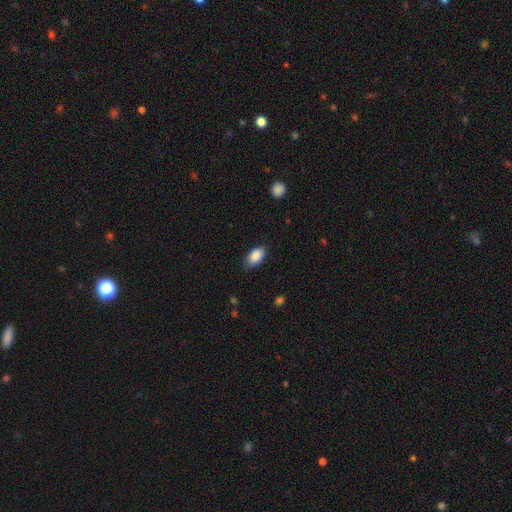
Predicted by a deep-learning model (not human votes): smooth 89%, star or artifact 7%, featured or disk 5%. Down the decision tree: how rounded — in between (93%); merging — none (82%).